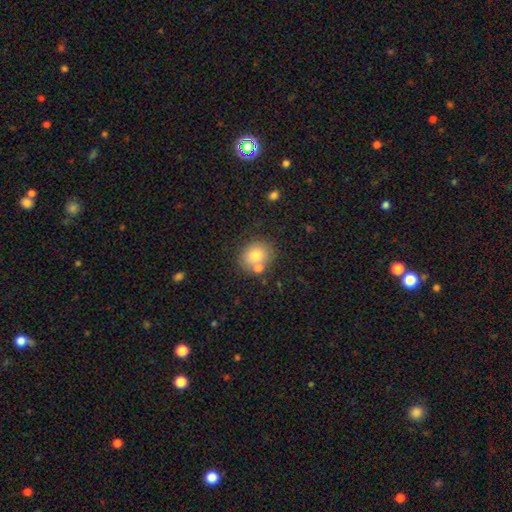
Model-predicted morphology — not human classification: This is likely a smooth galaxy (77%). How rounded: likely round (70%). Merging: likely none (64%).